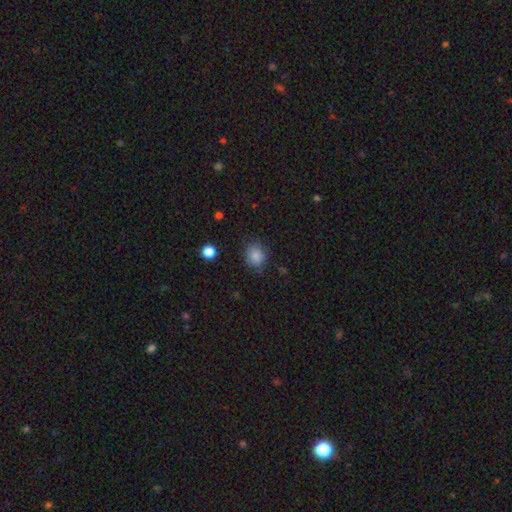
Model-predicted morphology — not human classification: The model was most divided on "how rounded": round: 76%, in between: 23%, cigar-shaped: 1%. More confident: smooth or featured — smooth (85%); merging — none (76%).